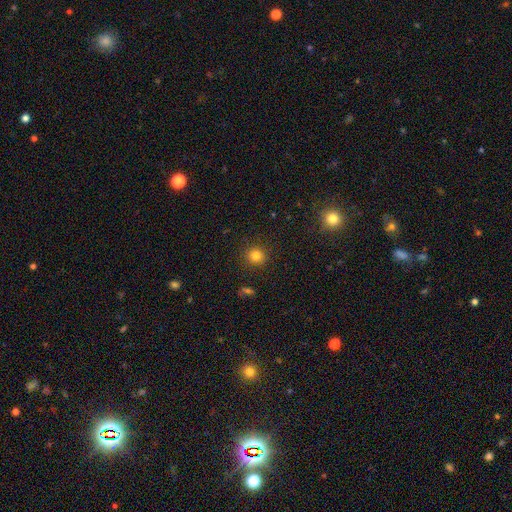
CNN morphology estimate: This appears to be a smooth galaxy with no disk features (81%) that is round (91%). Merging: none (90%).